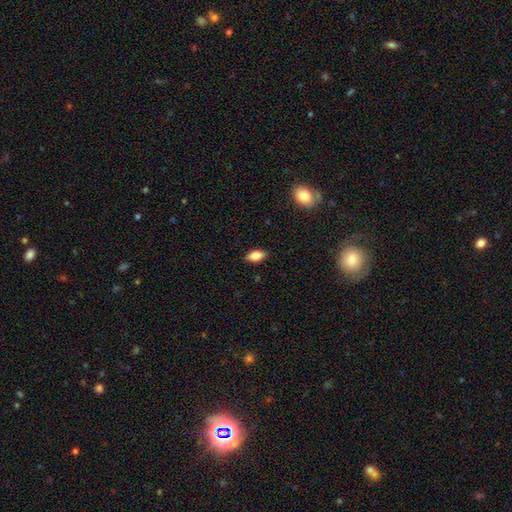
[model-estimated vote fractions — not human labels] smooth_or_featured: smooth (p=0.85) [alt: star or artifact p=0.08]
how_rounded: in between (p=0.90) [alt: cigar-shaped p=0.06]
merging: none (p=0.87) [alt: minor disturbance p=0.09]